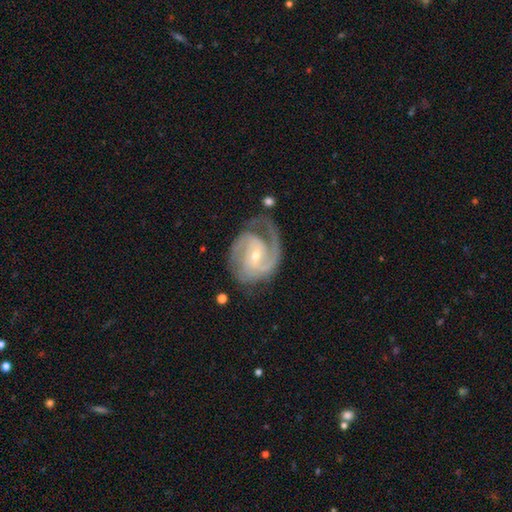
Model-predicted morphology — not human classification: smooth_or_featured: featured or disk (p=0.91) [alt: star or artifact p=0.05]
disk_edge_on: no (p=0.98) [alt: yes p=0.02]
bar: weak (p=0.44) [alt: no p=0.39]
has_spiral_arms: yes (p=0.98) [alt: no p=0.02]
spiral_winding: tight (p=0.48) [alt: medium p=0.43]
spiral_arm_count: 2 (p=0.62) [alt: 3 p=0.17]
bulge_size: small (p=0.56) [alt: moderate p=0.41]
merging: none (p=0.63) [alt: minor disturbance p=0.21]